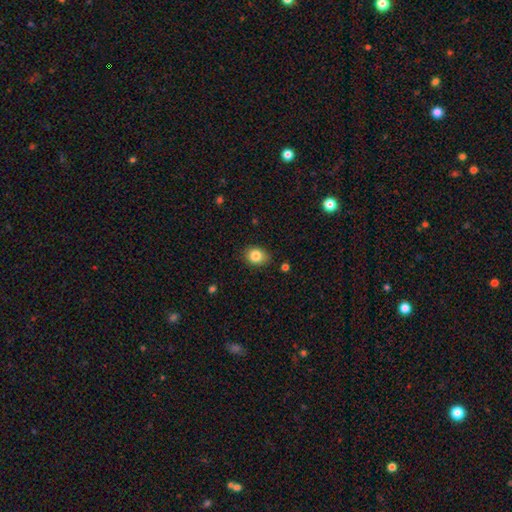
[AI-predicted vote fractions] Smooth or featured: smooth — 84% (star or artifact — 10%)
How rounded: in between — 50% (round — 49%)
Merging: none — 81% (minor disturbance — 15%)